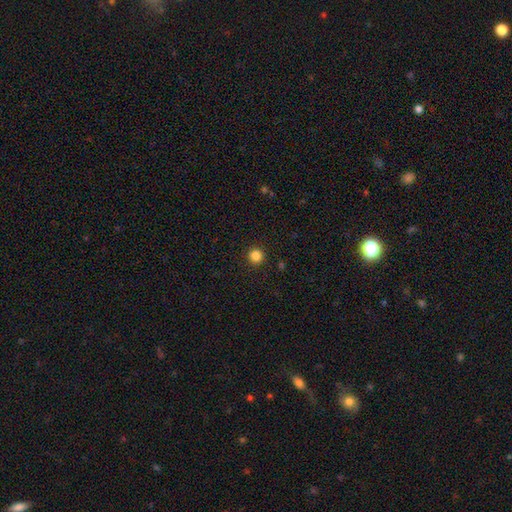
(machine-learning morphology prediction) smooth_or_featured: smooth (p=0.84) [alt: star or artifact p=0.12]
how_rounded: round (p=0.95) [alt: in between p=0.04]
merging: none (p=0.93) [alt: minor disturbance p=0.04]